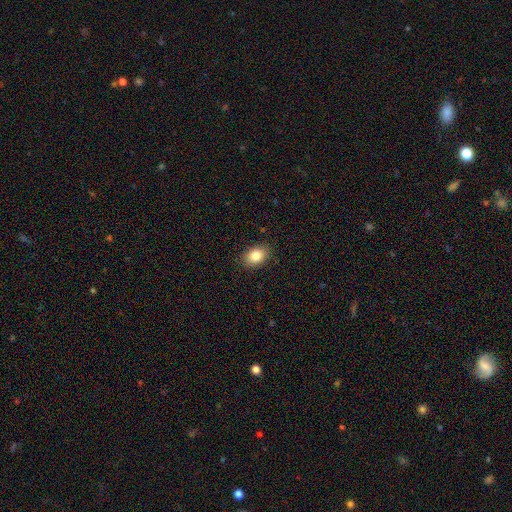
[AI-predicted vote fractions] smooth_or_featured: smooth (p=0.84) [alt: star or artifact p=0.08]
how_rounded: in between (p=0.78) [alt: round p=0.21]
merging: none (p=0.87) [alt: minor disturbance p=0.10]